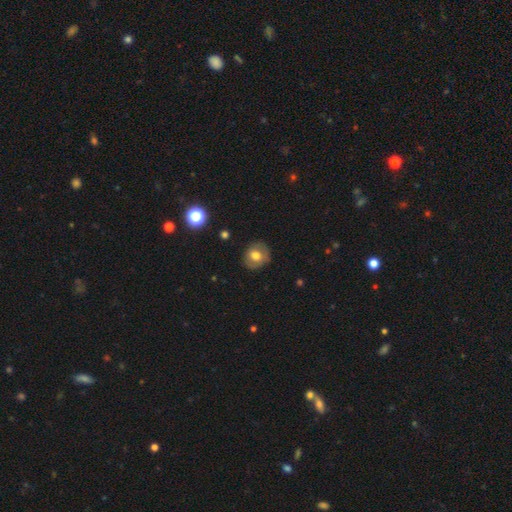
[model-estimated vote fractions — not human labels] Overall: smooth (68%). How rounded: round (82%). Merging: none (82%).